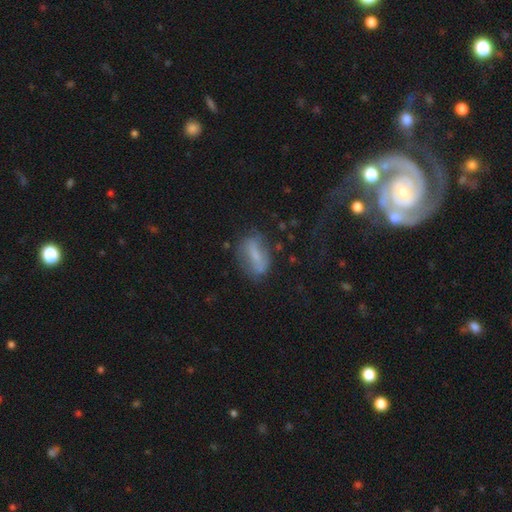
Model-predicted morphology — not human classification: A smooth galaxy with no disk features (55%) that is in between round and cigar-shaped (79%).

Vote fractions:
- Smooth or featured? smooth: 55% / featured or disk: 33% / star or artifact: 11%
- How rounded? in between: 79% / cigar-shaped: 13% / round: 9%
- Merging? none: 62% / minor disturbance: 22% / major disturbance: 12% / merger: 4%